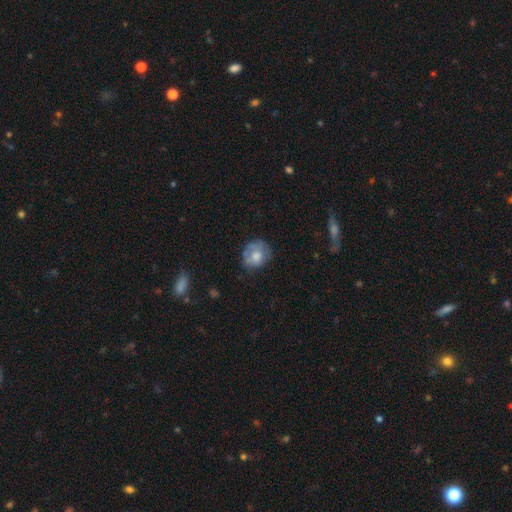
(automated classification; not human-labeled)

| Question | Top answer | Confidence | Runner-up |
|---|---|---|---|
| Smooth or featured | smooth | 62% | featured or disk (29%) |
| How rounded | round | 68% | in between (31%) |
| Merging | none | 57% | minor disturbance (27%) |